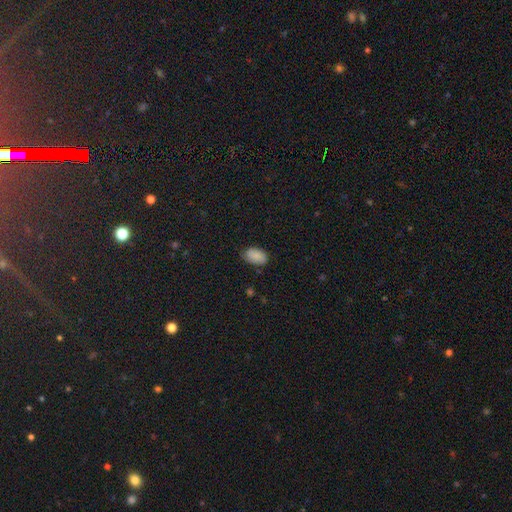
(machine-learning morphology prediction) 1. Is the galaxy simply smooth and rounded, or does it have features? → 84% smooth, 8% featured or disk, 8% star or artifact.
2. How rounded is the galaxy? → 92% in between, 7% round, 1% cigar-shaped.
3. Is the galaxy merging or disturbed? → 75% none, 20% minor disturbance, 4% major disturbance, 1% merger.